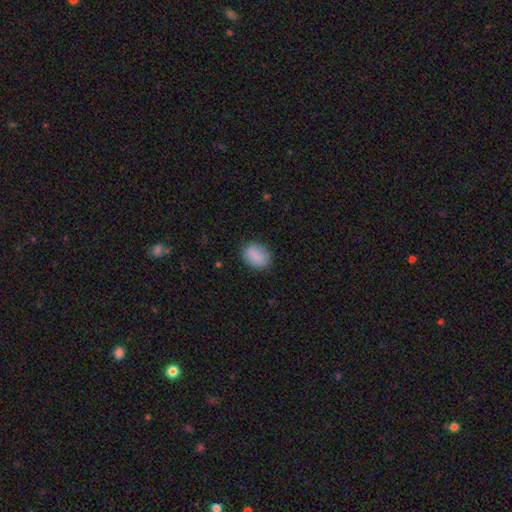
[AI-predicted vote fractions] Morphology: type=smooth (86%); roundness=in between (68%); merging=none (84%).